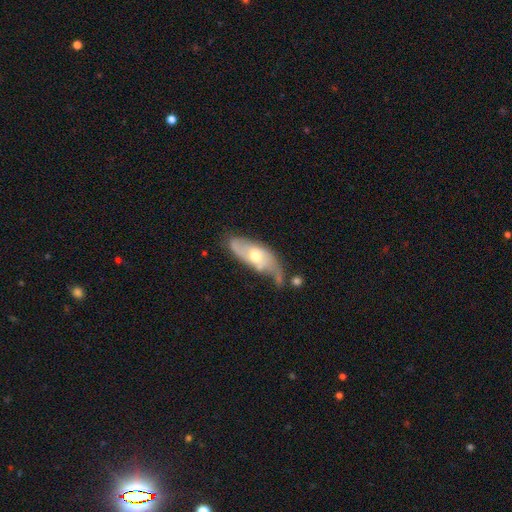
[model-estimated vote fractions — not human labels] Overall: featured or disk (61%; smooth 34%). Edge-on disk: no (83%). Bar: no (68%). Spiral arms: yes (70%). Bulge size: moderate (73%). Merging: none (39%; minor disturbance 33%).